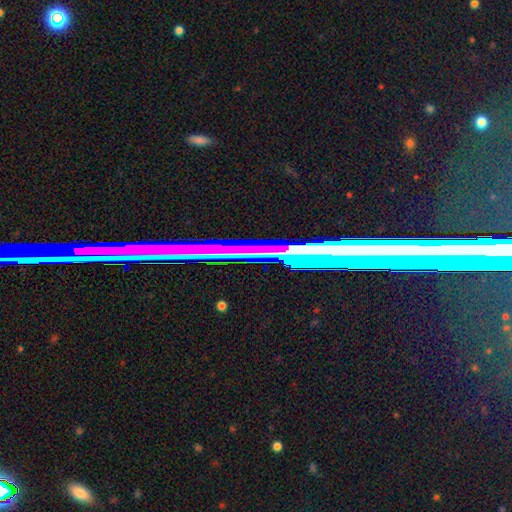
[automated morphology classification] A star or artifact, not a galaxy (47%).